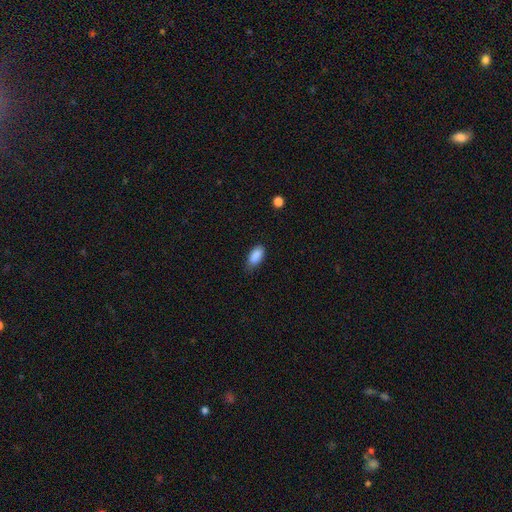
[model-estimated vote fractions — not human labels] A smooth galaxy with no disk features (89%) that is in between round and cigar-shaped (91%). Merging: none (73%).